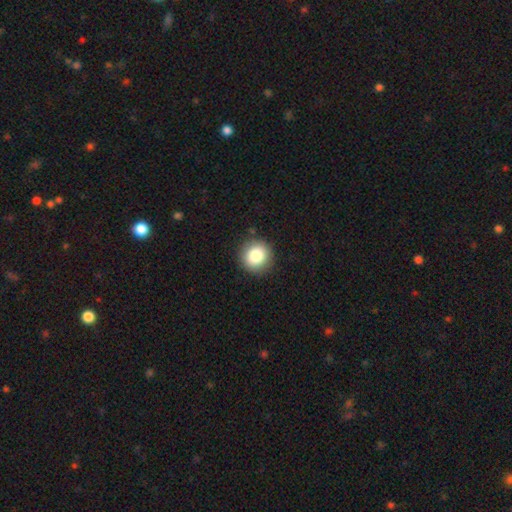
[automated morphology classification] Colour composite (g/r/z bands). It shows a smooth galaxy with no disk features (83%) that is round (93%). Merging: none (90%).